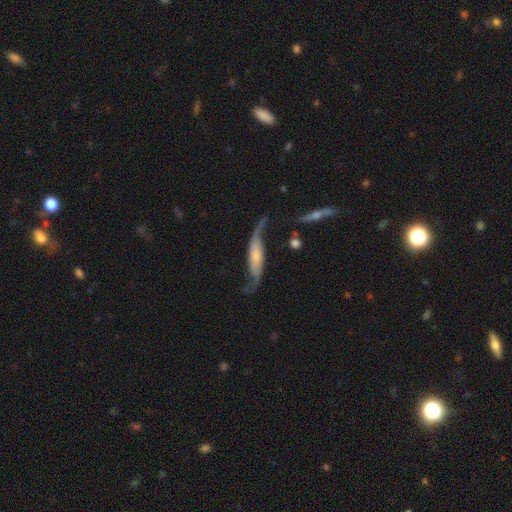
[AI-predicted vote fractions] Q: Smooth or featured?
A: featured or disk (77%); runner-up: smooth (17%)
Q: Edge-on disk?
A: no (76%); runner-up: yes (24%)
Q: Bar?
A: no (58%); runner-up: weak (27%)
Q: Spiral arms?
A: yes (92%); runner-up: no (8%)
Q: Spiral winding?
A: loose (89%); runner-up: medium (8%)
Q: Spiral arm count?
A: 2 (90%); runner-up: 1 (4%)
Q: Bulge size?
A: small (49%); runner-up: moderate (25%)
Q: Merging?
A: none (56%); runner-up: minor disturbance (22%)